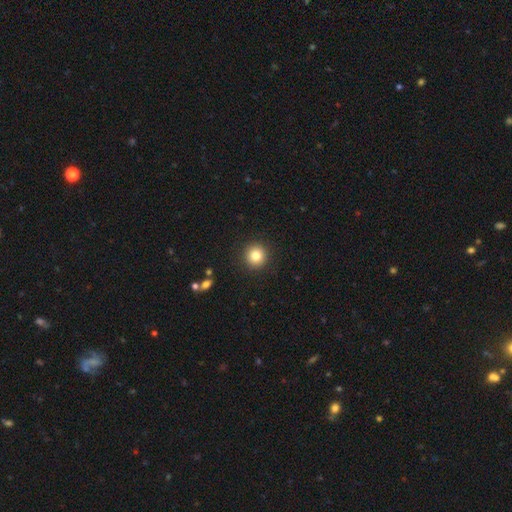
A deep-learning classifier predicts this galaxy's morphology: Smooth or featured? smooth (82%)
How rounded? round (94%)
Merging? none (92%)